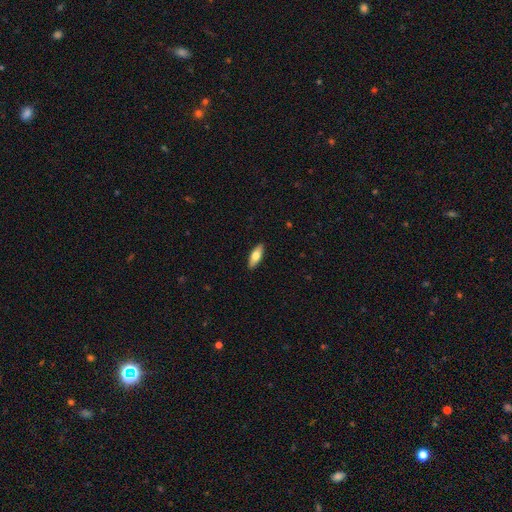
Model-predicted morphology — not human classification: smooth_or_featured: smooth (p=0.69) [alt: featured or disk p=0.26]
how_rounded: in between (p=0.66) [alt: cigar-shaped p=0.31]
merging: none (p=0.90) [alt: minor disturbance p=0.07]